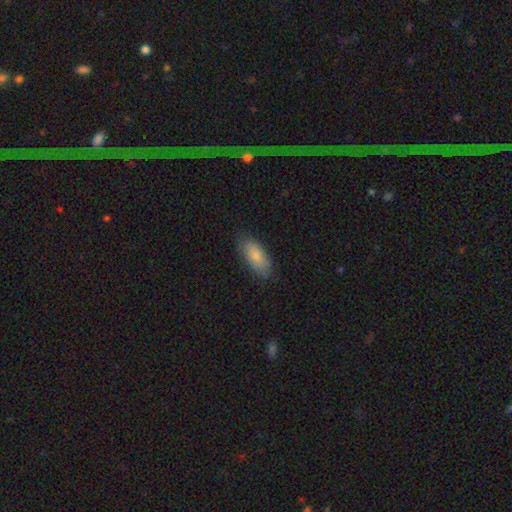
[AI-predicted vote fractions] The model was most divided on "merging": none: 80%, minor disturbance: 16%, major disturbance: 3%, merger: 1%. More confident: how rounded — in between (86%); smooth or featured — smooth (83%).